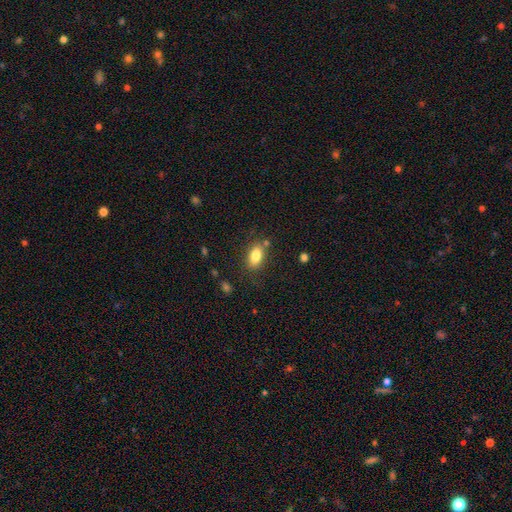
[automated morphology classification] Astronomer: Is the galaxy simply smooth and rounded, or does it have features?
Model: smooth — 82%.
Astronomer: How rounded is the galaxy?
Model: in between — 88%.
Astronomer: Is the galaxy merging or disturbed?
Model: none — 77%.